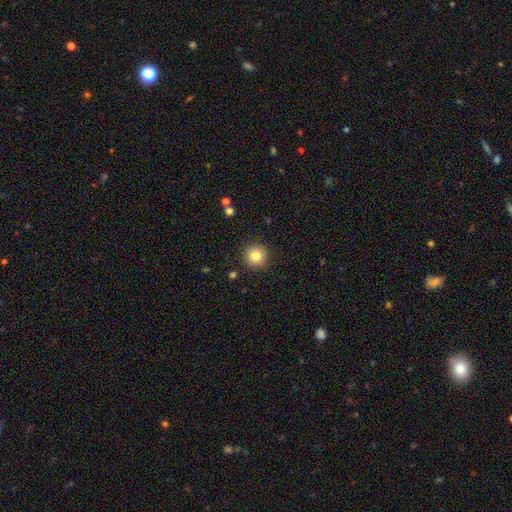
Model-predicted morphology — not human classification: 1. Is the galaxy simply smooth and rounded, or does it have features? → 83% smooth, 10% star or artifact, 7% featured or disk.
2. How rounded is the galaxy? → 95% round, 4% in between, 1% cigar-shaped.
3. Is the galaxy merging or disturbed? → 91% none, 6% minor disturbance, 2% major disturbance, 1% merger.